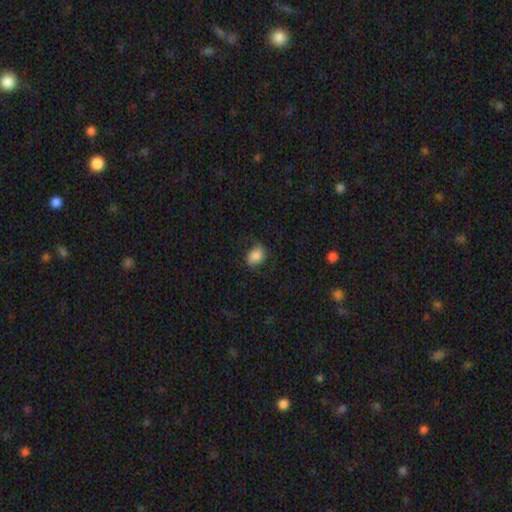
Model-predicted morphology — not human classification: The model was most divided on "how rounded": in between: 63%, round: 35%, cigar-shaped: 1%. More confident: smooth or featured — smooth (77%); merging — none (67%).